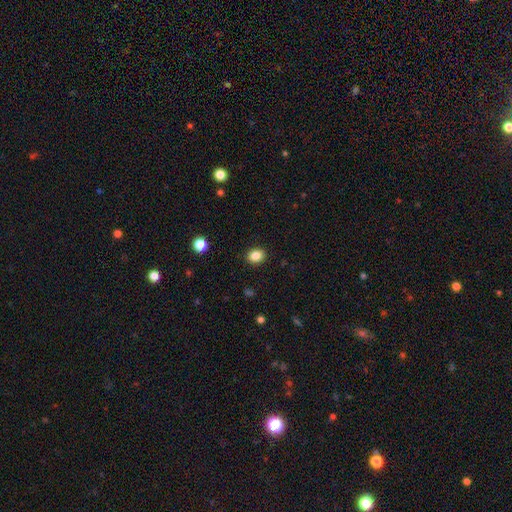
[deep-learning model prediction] smooth 86%, star or artifact 11%, featured or disk 4%. Down the decision tree: how rounded — round (55%); merging — none (91%).